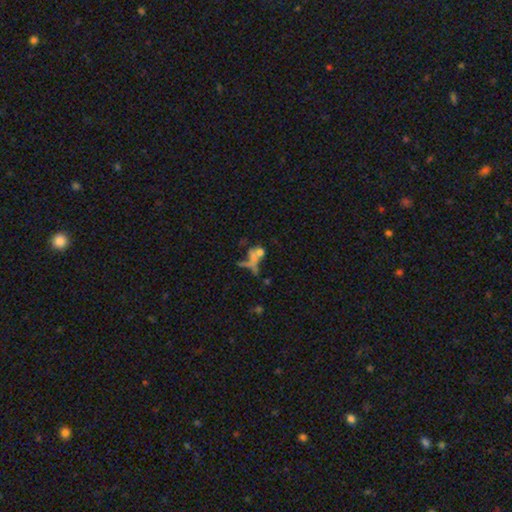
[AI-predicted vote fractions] Smooth or featured: smooth — 47% (featured or disk — 33%)
Merging: merger — 39% (none — 31%)